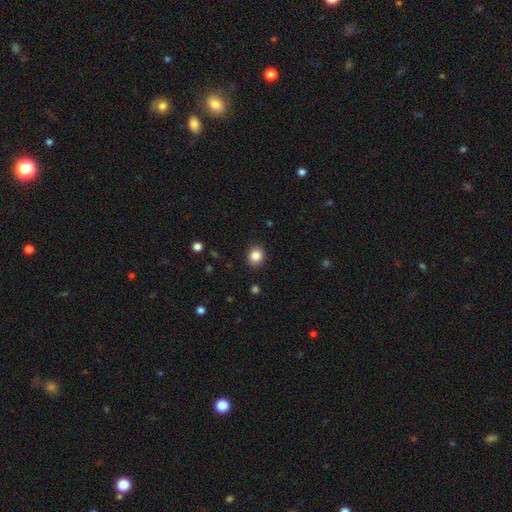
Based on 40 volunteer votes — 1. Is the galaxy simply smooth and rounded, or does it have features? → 75% smooth, 12% featured or disk, 12% star or artifact.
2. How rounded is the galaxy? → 70% round, 30% in between, 0% cigar-shaped.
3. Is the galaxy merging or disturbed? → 94% none, 6% minor disturbance, 0% major disturbance, 0% merger.